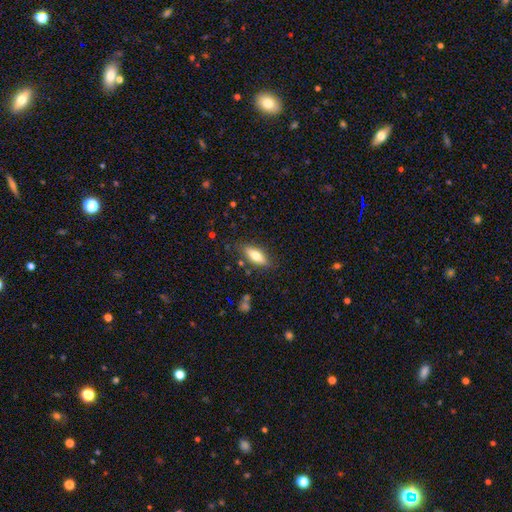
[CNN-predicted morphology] Overall: smooth (65%; featured or disk 28%). How rounded: in between (66%; cigar-shaped 31%). Merging: none (82%).